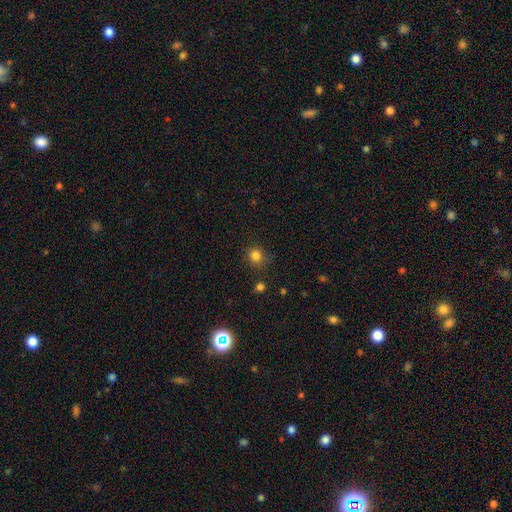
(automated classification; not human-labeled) Smooth or featured: smooth — 83% (star or artifact — 13%)
How rounded: round — 86% (in between — 13%)
Merging: none — 80% (minor disturbance — 13%)